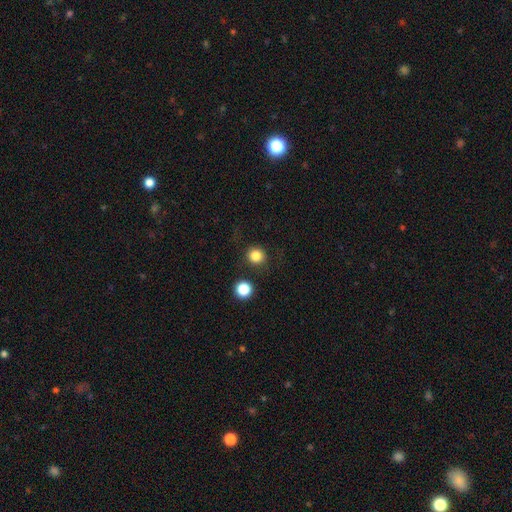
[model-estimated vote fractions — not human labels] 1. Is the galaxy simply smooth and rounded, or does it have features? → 82% smooth, 13% star or artifact, 5% featured or disk.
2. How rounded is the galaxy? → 92% round, 7% in between, 1% cigar-shaped.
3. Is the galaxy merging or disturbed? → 85% none, 8% minor disturbance, 4% merger, 3% major disturbance.